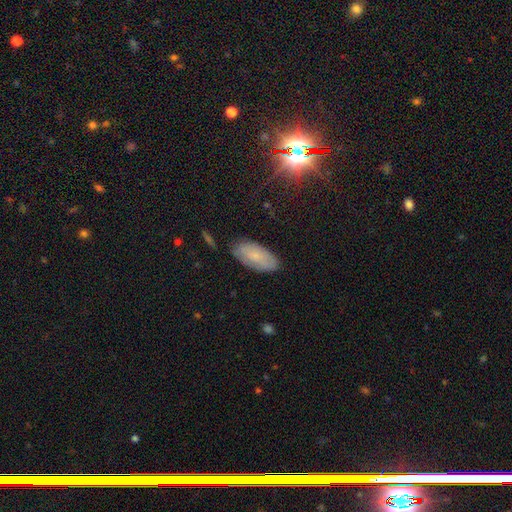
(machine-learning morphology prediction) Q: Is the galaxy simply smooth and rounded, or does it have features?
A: smooth — 68%.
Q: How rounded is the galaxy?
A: in between — 91%.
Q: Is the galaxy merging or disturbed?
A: none — 79%.